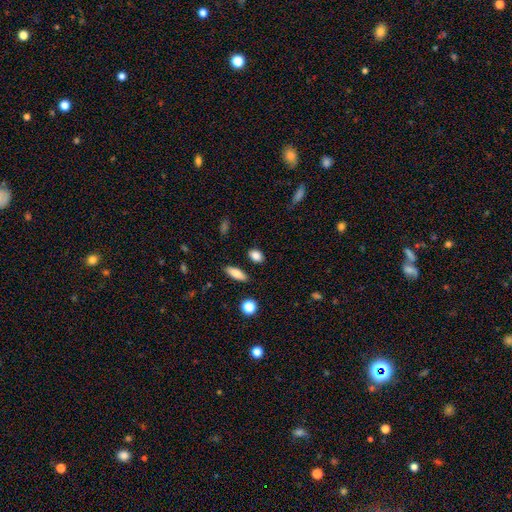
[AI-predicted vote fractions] smooth-or-featured: smooth: 86% | star or artifact: 9% | featured or disk: 5%
  how-rounded: in between: 78% | round: 16% | cigar-shaped: 5%
  merging: none: 85% | minor disturbance: 10% | merger: 3% | major disturbance: 3%